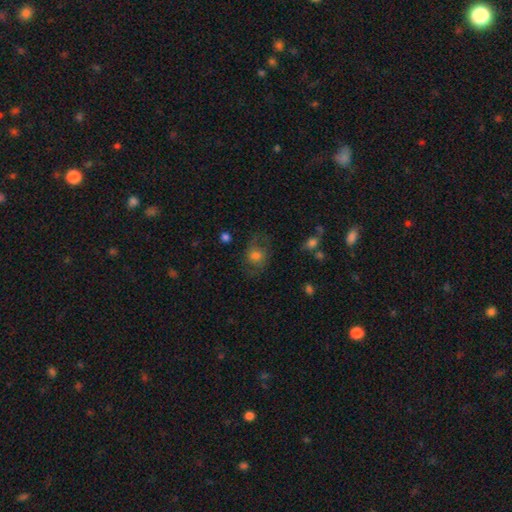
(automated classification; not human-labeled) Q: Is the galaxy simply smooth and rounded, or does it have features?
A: smooth — 58%.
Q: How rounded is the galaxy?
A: round — 51%.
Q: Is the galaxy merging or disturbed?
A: none — 61%.